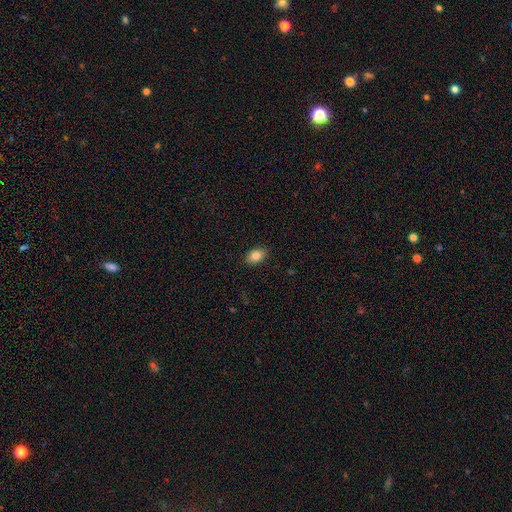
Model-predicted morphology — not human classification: A smooth galaxy with no disk features (83%) that is in between round and cigar-shaped (87%).

Vote fractions:
- Smooth or featured? smooth: 83% / featured or disk: 9% / star or artifact: 8%
- How rounded? in between: 87% / round: 11% / cigar-shaped: 2%
- Merging? none: 88% / minor disturbance: 9% / major disturbance: 2% / merger: 1%